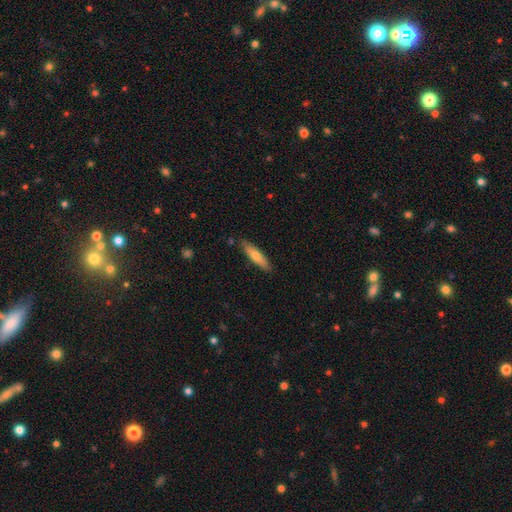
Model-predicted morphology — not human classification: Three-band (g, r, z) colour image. It shows a smooth galaxy with no disk features (64%) that is cigar-shaped (77%). Merging: none (85%).